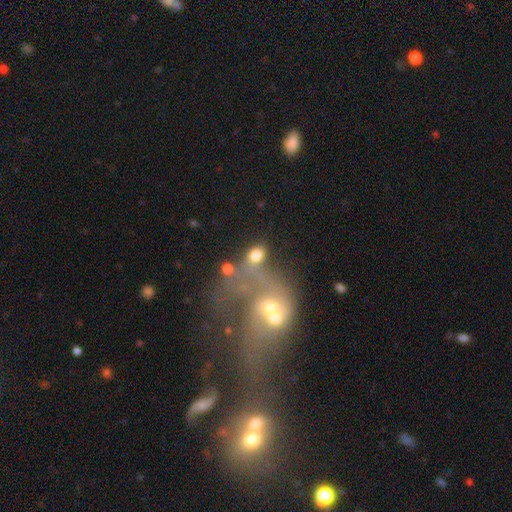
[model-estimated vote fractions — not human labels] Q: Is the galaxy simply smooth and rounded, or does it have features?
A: smooth — 68%.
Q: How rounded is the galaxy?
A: in between — 69%.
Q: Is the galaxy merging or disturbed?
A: merger — 44%.